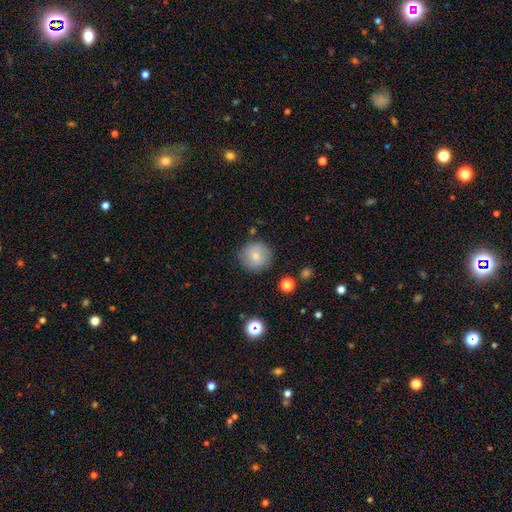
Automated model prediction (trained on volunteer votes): This is likely a smooth galaxy (78%). How rounded: clearly round (93%). Merging: clearly none (86%).